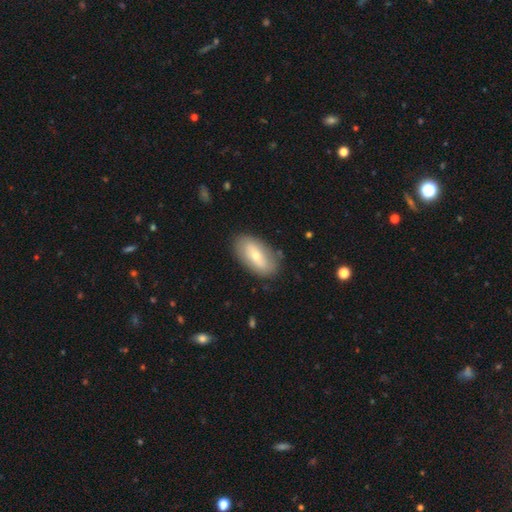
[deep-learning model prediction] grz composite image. It shows a smooth galaxy with no disk features (56%) that is in between round and cigar-shaped (90%). Merging: none (83%).